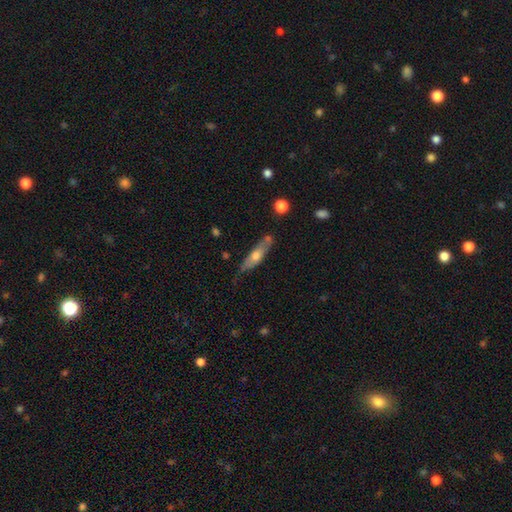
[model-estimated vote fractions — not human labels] smooth 50%, featured or disk 44%, star or artifact 6%. Down the decision tree: how rounded — cigar-shaped (69%); merging — none (62%).